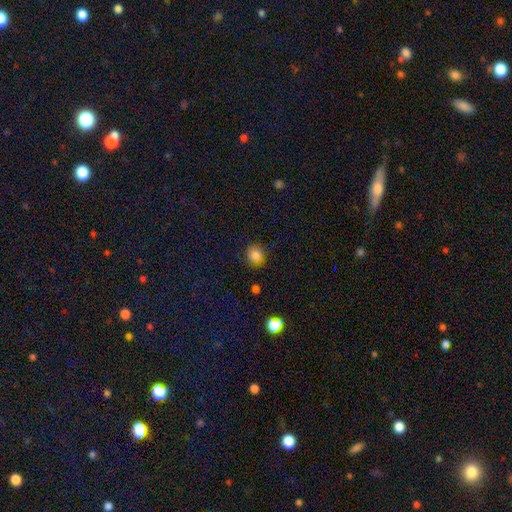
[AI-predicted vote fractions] This appears to be a smooth galaxy with no disk features (83%) that is round (82%). Merging: none (83%).